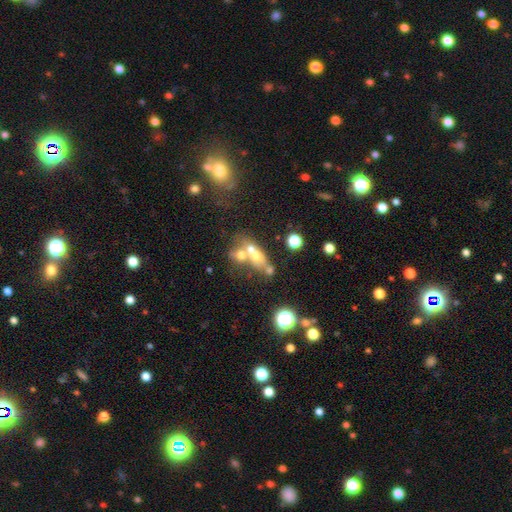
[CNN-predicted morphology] smooth_or_featured: smooth (p=0.50) [alt: featured or disk p=0.34]
merging: merger (p=0.58) [alt: none p=0.26]